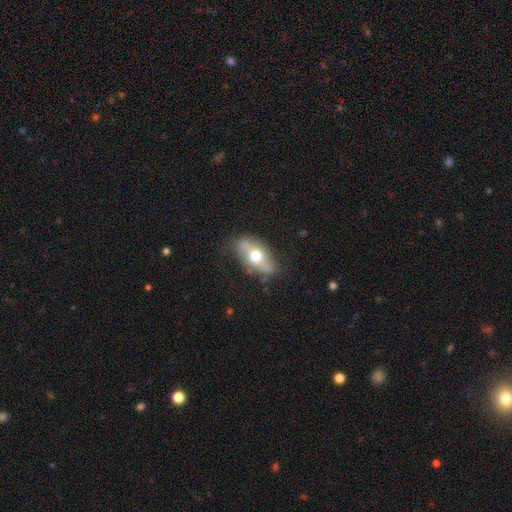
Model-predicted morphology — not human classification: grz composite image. It shows a featured or disk galaxy (50%). Merging: none (75%).